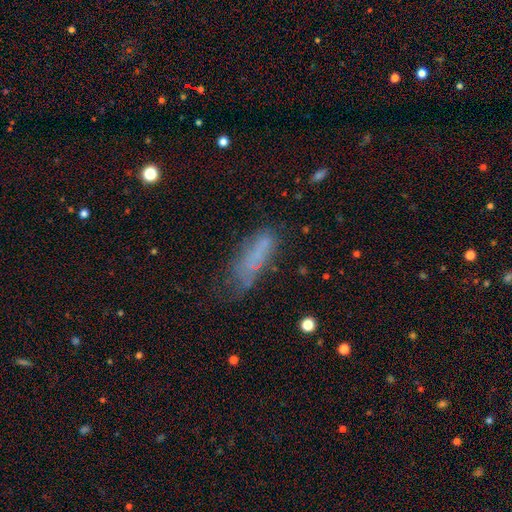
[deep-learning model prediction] Morphology: type=smooth (59%); roundness=cigar-shaped (49%); merging=none (43%).